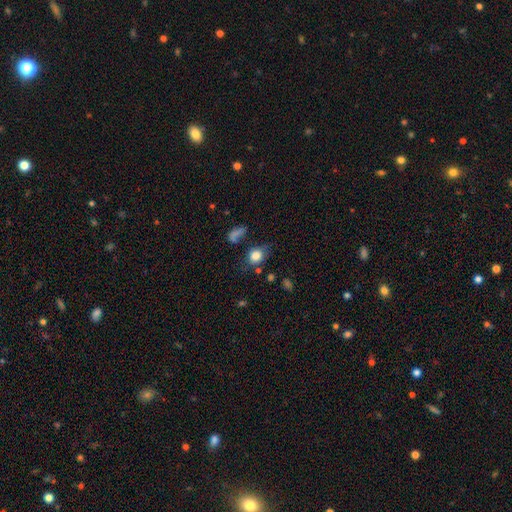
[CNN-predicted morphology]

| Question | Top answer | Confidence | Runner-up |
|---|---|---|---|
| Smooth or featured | smooth | 80% | star or artifact (10%) |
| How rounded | round | 52% | in between (46%) |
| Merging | none | 58% | minor disturbance (24%) |